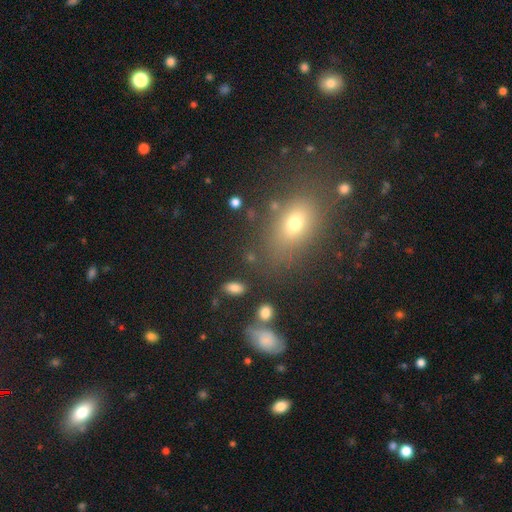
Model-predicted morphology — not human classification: A smooth galaxy with no disk features (62%) that is in between round and cigar-shaped (75%).

Vote fractions:
- Smooth or featured? smooth: 62% / star or artifact: 23% / featured or disk: 15%
- How rounded? in between: 75% / round: 20% / cigar-shaped: 5%
- Merging? none: 73% / minor disturbance: 14% / major disturbance: 7% / merger: 6%